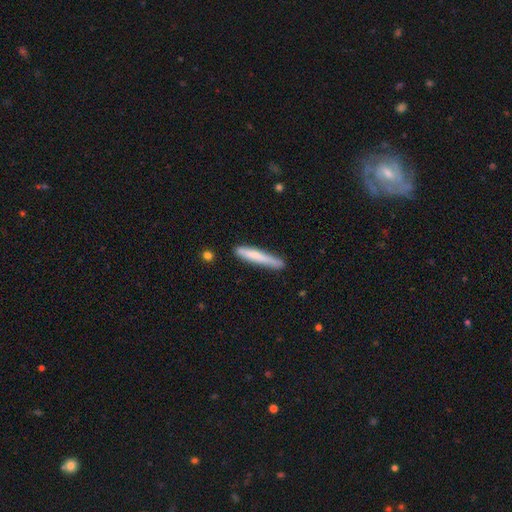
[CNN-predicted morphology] Smooth or featured? smooth (72%)
How rounded? cigar-shaped (95%)
Merging? none (78%)